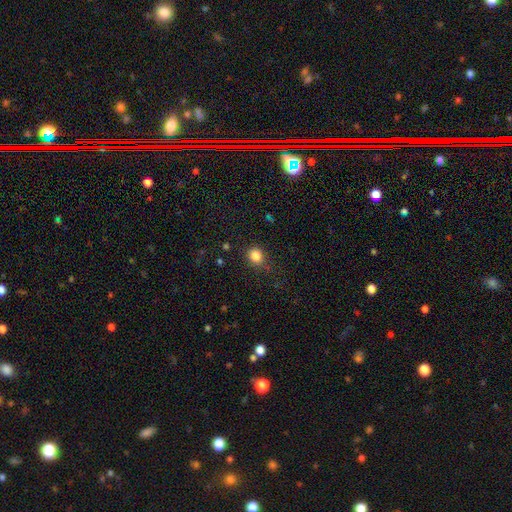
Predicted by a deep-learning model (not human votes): Morphology: type=smooth (84%); roundness=round (72%); merging=none (79%).